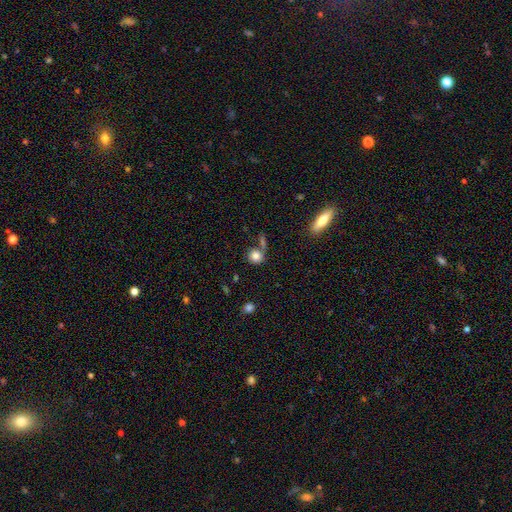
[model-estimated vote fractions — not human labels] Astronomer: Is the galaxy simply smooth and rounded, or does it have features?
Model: smooth — 82%.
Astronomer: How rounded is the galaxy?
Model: round — 84%.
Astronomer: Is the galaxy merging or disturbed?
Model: none — 62%.